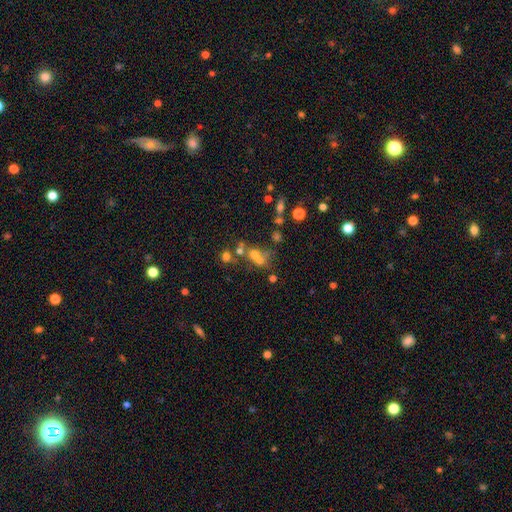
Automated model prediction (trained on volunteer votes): This is marginally a smooth galaxy (43%). Merging: marginally merger (41%, tied with none).